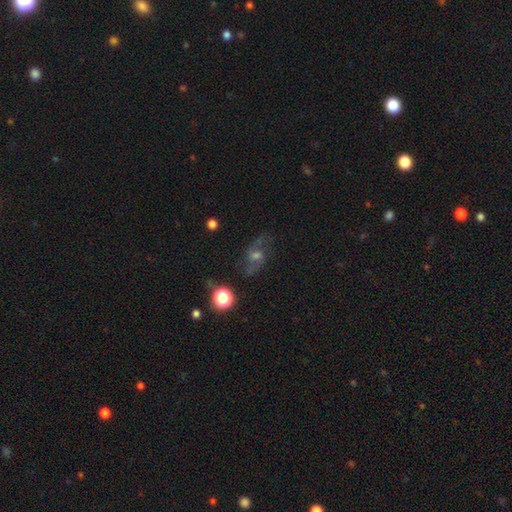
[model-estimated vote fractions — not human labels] Smooth or featured? featured or disk (62%)
Edge-on disk? no (94%)
Bar? no (55%)
Spiral arms? yes (87%)
Spiral winding? loose (61%)
Spiral arm count? 2 (87%)
Bulge size? moderate (50%)
Merging? none (69%)